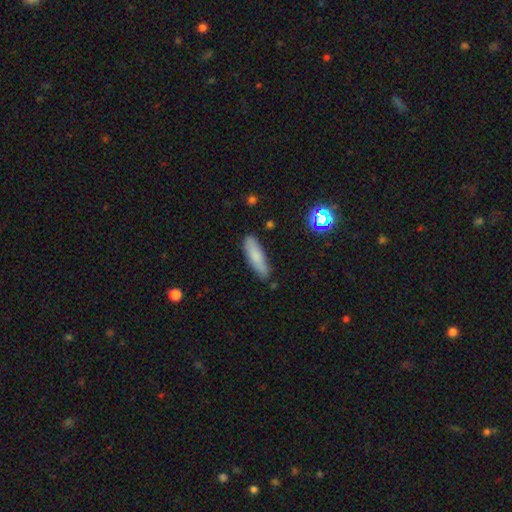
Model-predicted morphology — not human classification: type=smooth (79%); roundness=cigar-shaped (64%); merging=none (80%).